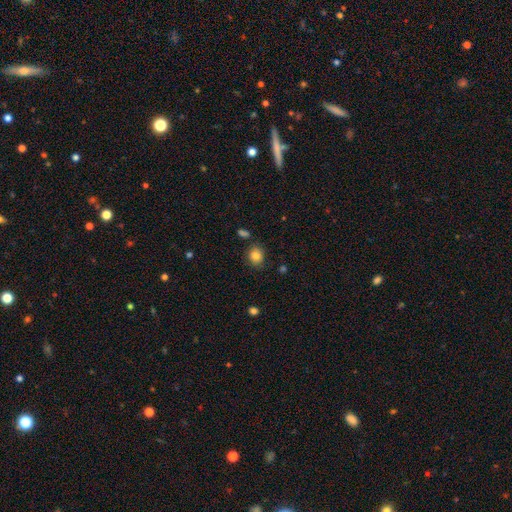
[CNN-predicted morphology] This appears to be a smooth galaxy with no disk features (84%) that is round (62%). Merging: none (81%).